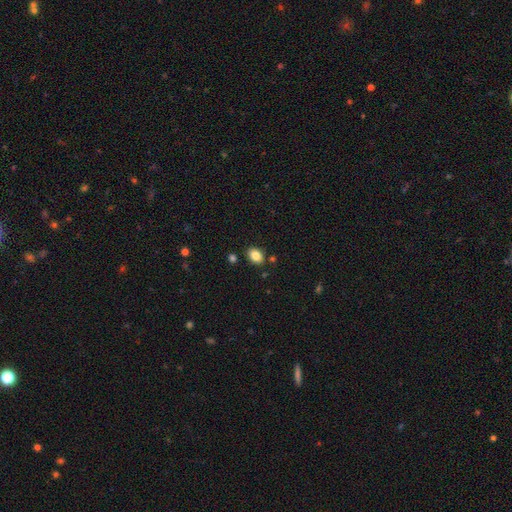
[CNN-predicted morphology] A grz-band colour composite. It shows a smooth galaxy with no disk features (85%) that is in between round and cigar-shaped (70%). Merging: none (84%).